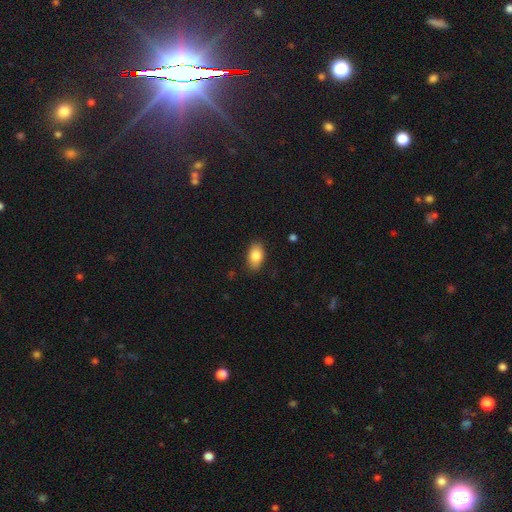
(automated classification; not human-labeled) A smooth galaxy with no disk features (84%) that is in between round and cigar-shaped (90%). Merging: none (85%).